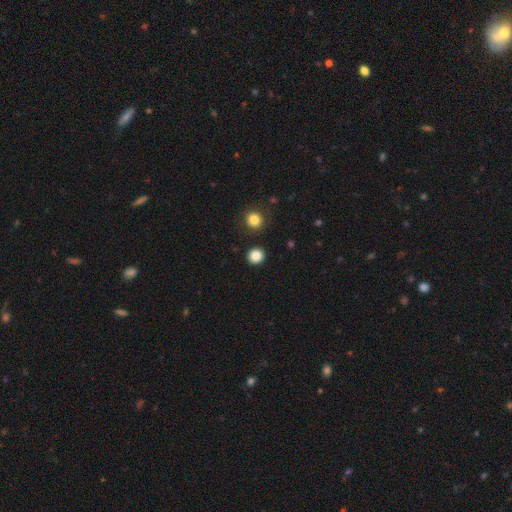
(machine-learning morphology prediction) This appears to be a smooth galaxy with no disk features (85%) that is round (94%). Merging: none (92%).